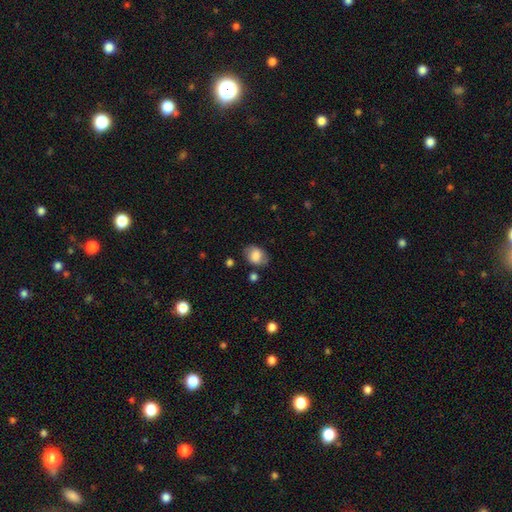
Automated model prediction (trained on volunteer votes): Smooth or featured? smooth (77%)
How rounded? in between (69%)
Merging? none (73%)